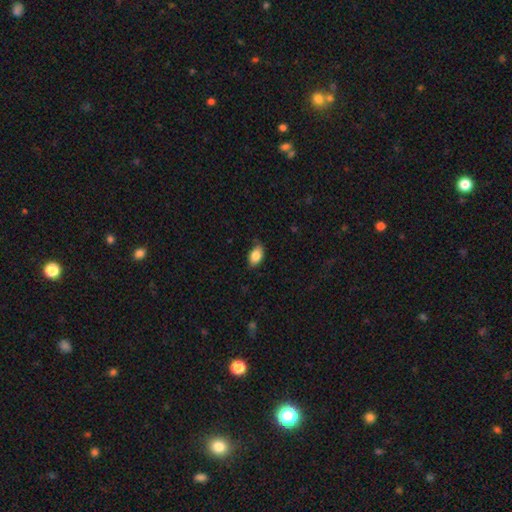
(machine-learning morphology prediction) The model was most divided on "merging": none: 74%, minor disturbance: 21%, major disturbance: 3%, merger: 1%. More confident: how rounded — in between (91%); smooth or featured — smooth (84%).